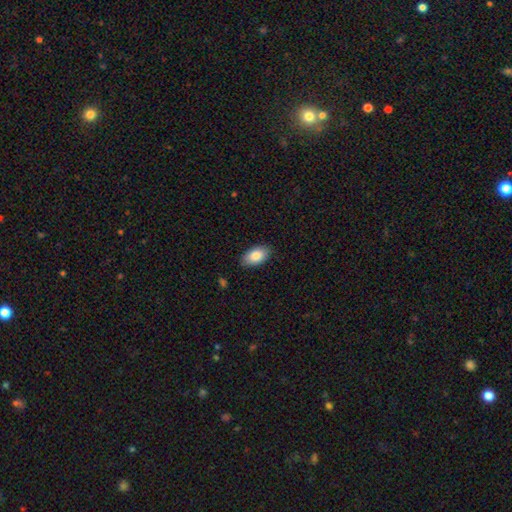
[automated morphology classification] Q: Smooth or featured?
A: smooth (86%); runner-up: featured or disk (8%)
Q: How rounded?
A: in between (94%); runner-up: round (4%)
Q: Merging?
A: none (86%); runner-up: minor disturbance (11%)